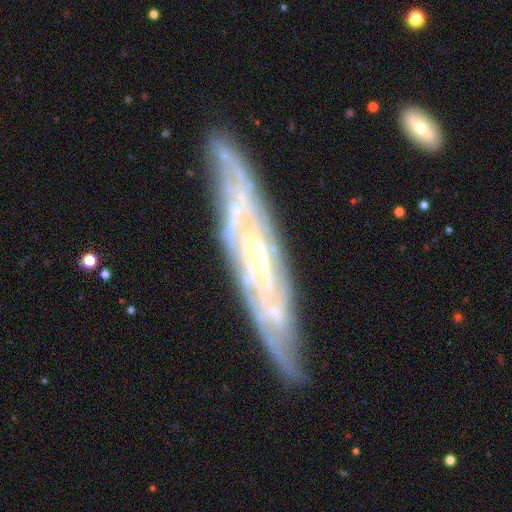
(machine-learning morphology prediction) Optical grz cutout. It shows a featured or disk galaxy (83%). Merging: none (77%).